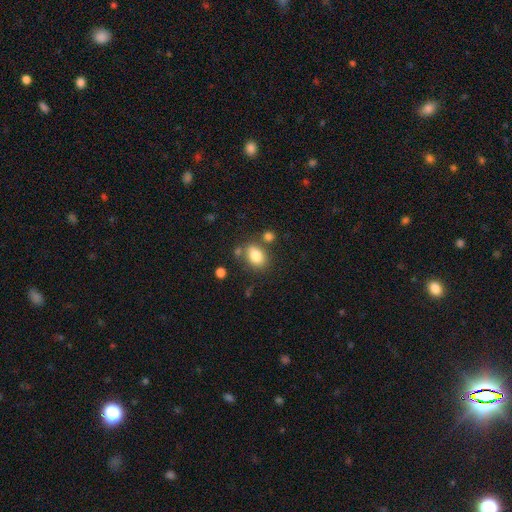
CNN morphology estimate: This appears to be a smooth galaxy with no disk features (81%) that is in between round and cigar-shaped (71%). Merging: none (67%).